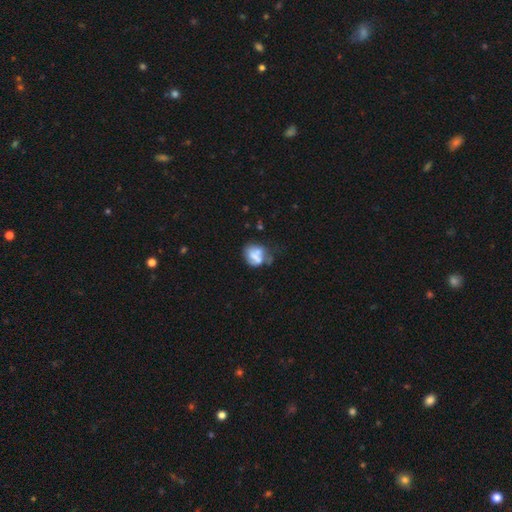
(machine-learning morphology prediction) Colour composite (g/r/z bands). It shows a smooth galaxy with no disk features (52%) that is in between round and cigar-shaped (49%, tied with round). Merging: none (30%).